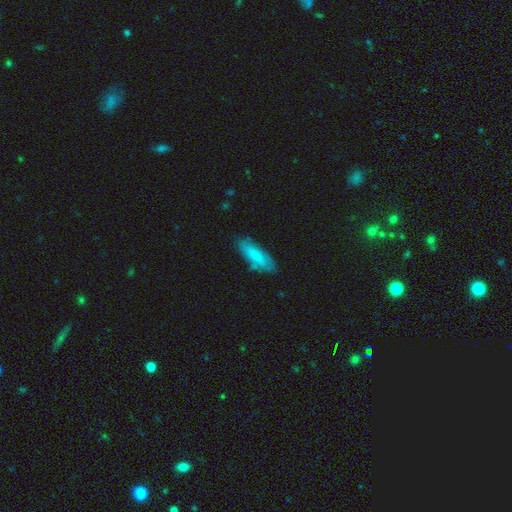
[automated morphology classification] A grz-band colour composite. It shows a smooth galaxy with no disk features (75%) that is in between round and cigar-shaped (64%). Merging: none (74%).